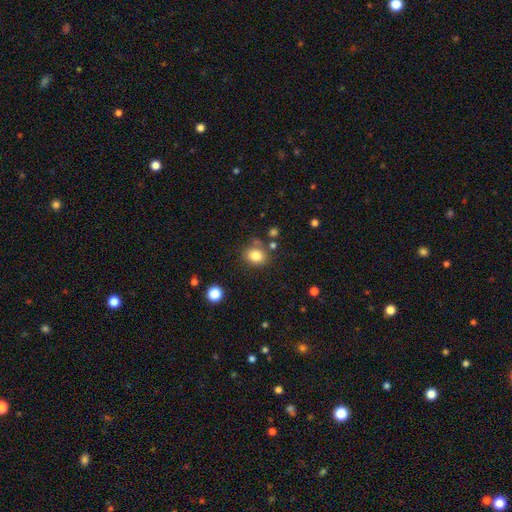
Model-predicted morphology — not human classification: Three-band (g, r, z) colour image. It shows a smooth galaxy with no disk features (82%) that is round (60%). Merging: none (71%).